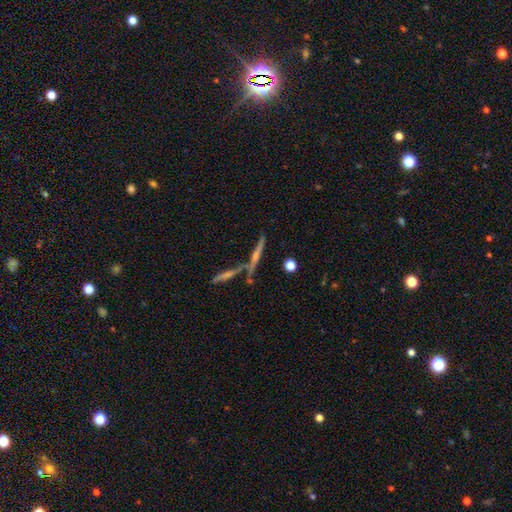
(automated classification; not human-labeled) A featured or disk galaxy (68%) viewed edge-on (95%) with a rounded central bulge (67%).

Vote fractions:
- Smooth or featured? featured or disk: 68% / smooth: 20% / star or artifact: 11%
- Edge-on disk? yes: 95% / no: 5%
- Edge-on bulge? rounded: 67% / none: 25% / boxy: 8%
- Merging? none: 66% / merger: 21% / minor disturbance: 9% / major disturbance: 4%